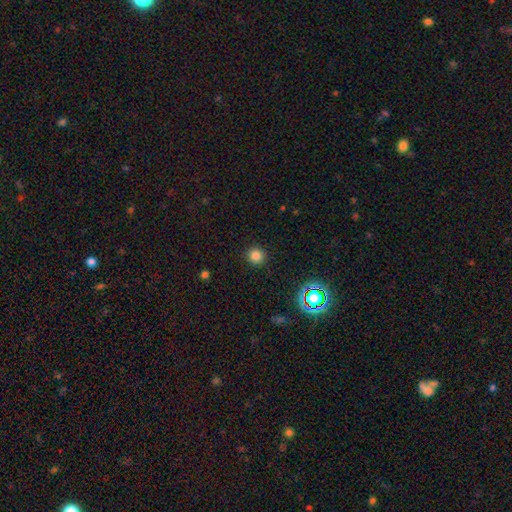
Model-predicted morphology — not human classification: smooth 81%, star or artifact 15%, featured or disk 5%. Down the decision tree: how rounded — round (94%); merging — none (91%).